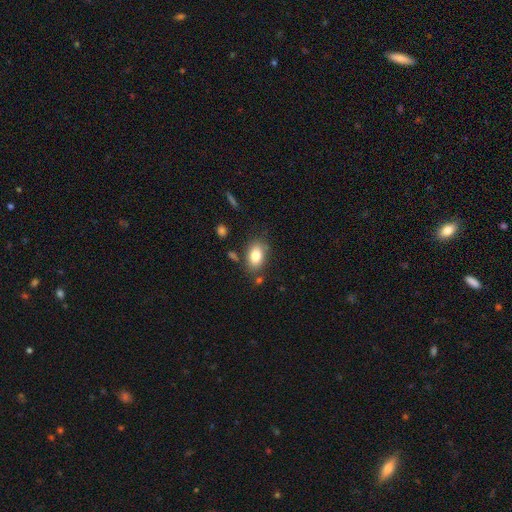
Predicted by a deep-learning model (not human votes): A smooth galaxy with no disk features (81%) that is in between round and cigar-shaped (85%).

Vote fractions:
- Smooth or featured? smooth: 81% / featured or disk: 11% / star or artifact: 8%
- How rounded? in between: 85% / round: 14% / cigar-shaped: 2%
- Merging? none: 76% / minor disturbance: 14% / merger: 5% / major disturbance: 4%